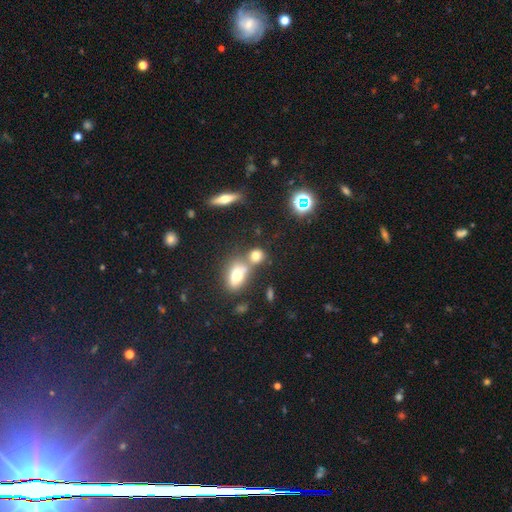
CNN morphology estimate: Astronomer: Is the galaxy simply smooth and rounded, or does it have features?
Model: smooth — 71%.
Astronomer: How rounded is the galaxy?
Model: round — 63%.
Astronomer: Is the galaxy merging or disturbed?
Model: none — 51% (runner-up: merger, 35%).